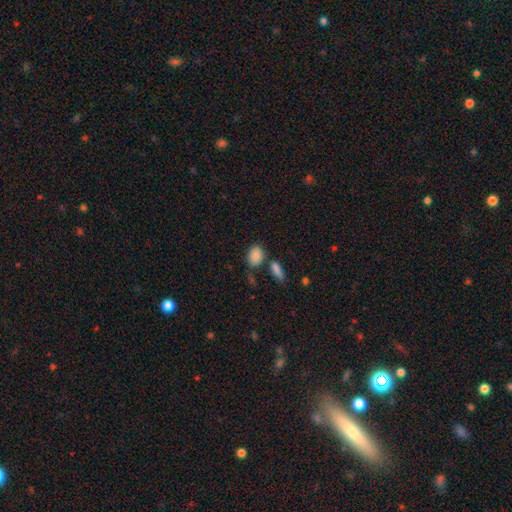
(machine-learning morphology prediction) This appears to be a smooth galaxy with no disk features (86%) that is in between round and cigar-shaped (72%). Merging: none (65%).